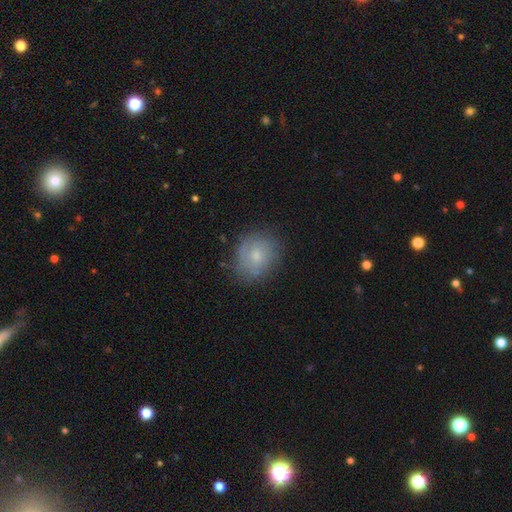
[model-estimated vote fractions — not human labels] Smooth or featured? smooth (64%)
How rounded? round (62%)
Merging? none (73%)